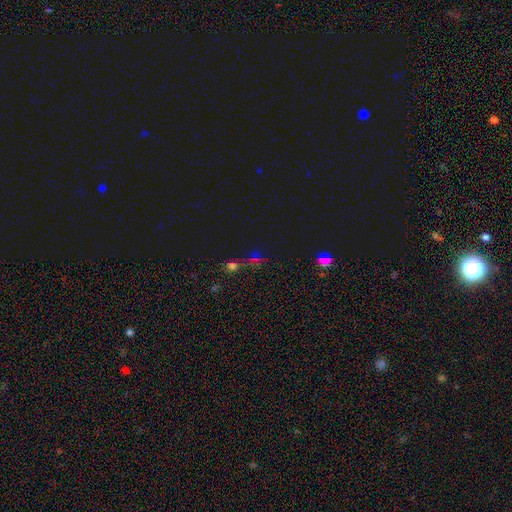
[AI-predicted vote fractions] A star or artifact, not a galaxy (72%).